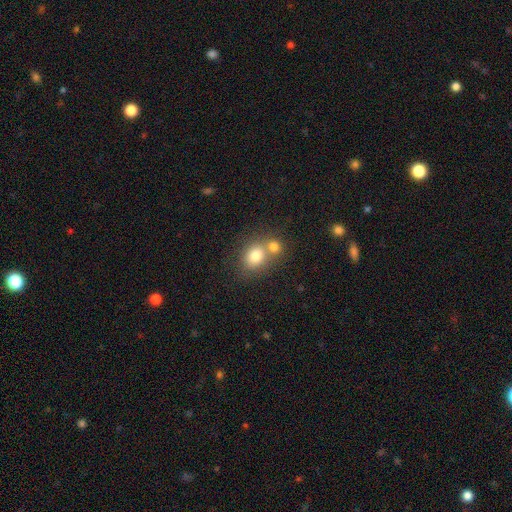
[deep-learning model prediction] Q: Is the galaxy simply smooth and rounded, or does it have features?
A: smooth — 79%.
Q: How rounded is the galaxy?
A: round — 63%.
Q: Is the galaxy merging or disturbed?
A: merger — 46%.